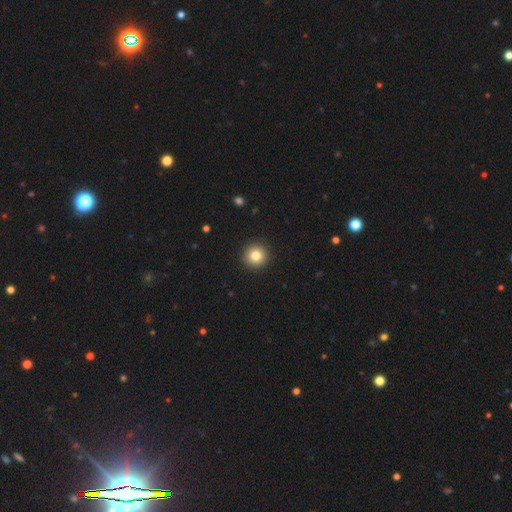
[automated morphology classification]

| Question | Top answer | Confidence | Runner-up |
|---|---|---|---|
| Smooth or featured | smooth | 83% | star or artifact (10%) |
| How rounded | round | 95% | in between (4%) |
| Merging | none | 93% | minor disturbance (5%) |